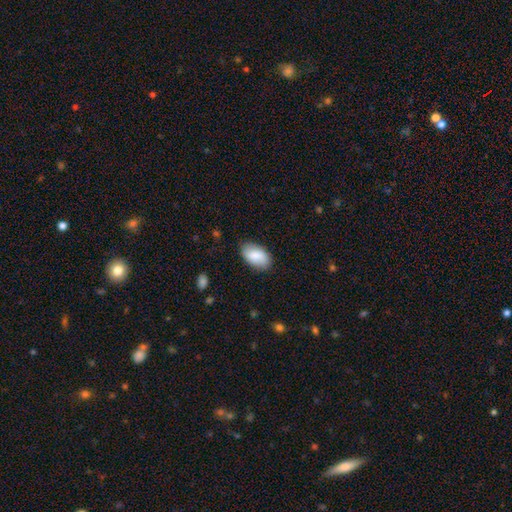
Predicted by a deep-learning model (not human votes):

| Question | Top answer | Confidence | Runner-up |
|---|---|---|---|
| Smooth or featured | smooth | 83% | featured or disk (11%) |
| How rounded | in between | 95% | round (4%) |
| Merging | none | 83% | minor disturbance (13%) |